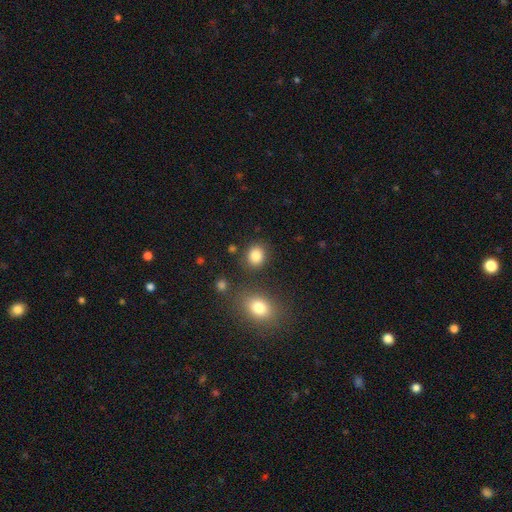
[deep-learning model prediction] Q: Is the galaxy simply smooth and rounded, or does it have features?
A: smooth — 84%.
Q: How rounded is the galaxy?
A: round — 71%.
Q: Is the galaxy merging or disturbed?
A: none — 84%.